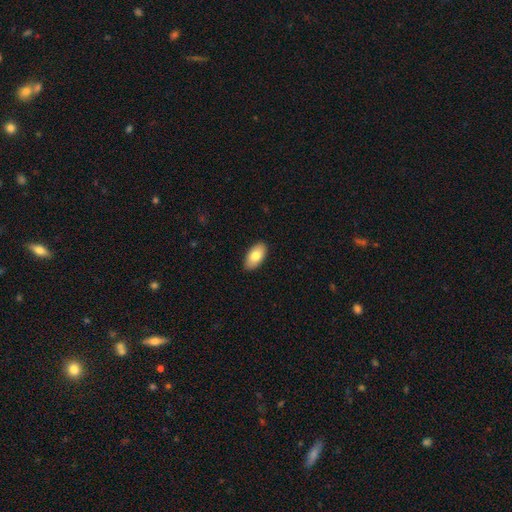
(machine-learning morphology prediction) smooth-or-featured: smooth: 80% | featured or disk: 14% | star or artifact: 6%
  how-rounded: in between: 95% | round: 3% | cigar-shaped: 2%
  merging: none: 90% | minor disturbance: 8% | major disturbance: 2% | merger: 1%